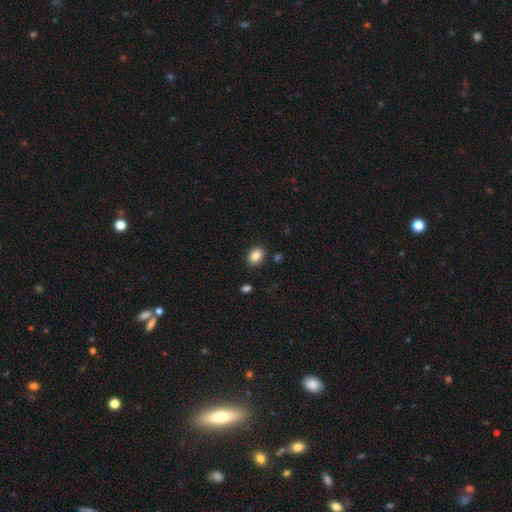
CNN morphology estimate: The model was most divided on "how rounded": in between: 66%, round: 33%, cigar-shaped: 1%. More confident: smooth or featured — smooth (86%); merging — none (86%).